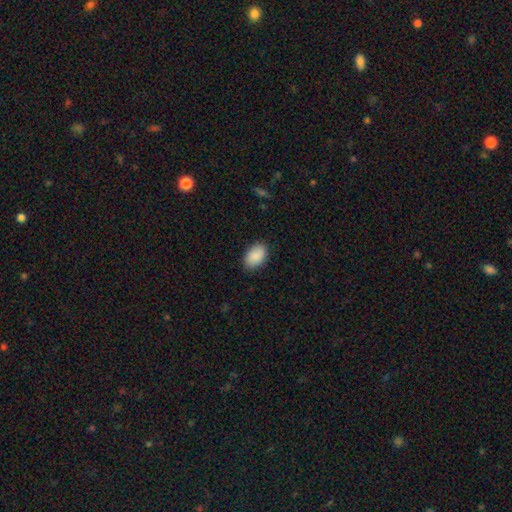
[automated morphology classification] type=smooth (90%); roundness=in between (90%); merging=none (86%).